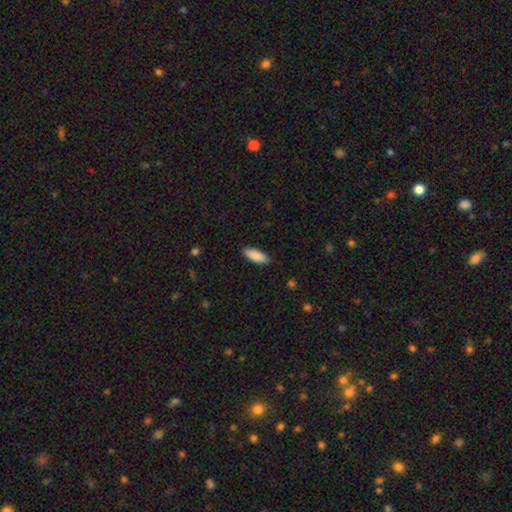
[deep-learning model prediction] Morphology: type=smooth (90%); roundness=in between (78%); merging=none (88%).